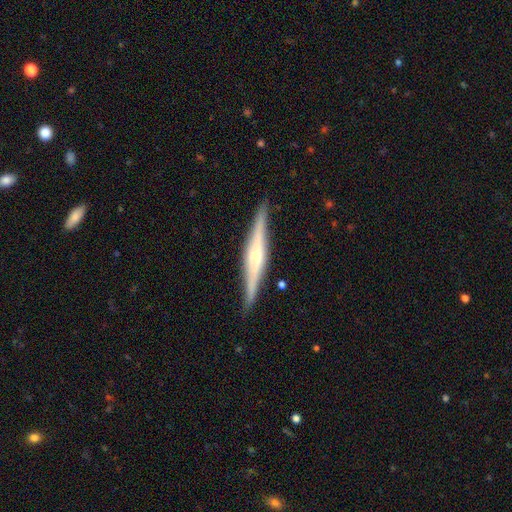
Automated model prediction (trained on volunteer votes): Smooth or featured?
  - featured or disk: 74% *
  - smooth: 20%
  - star or artifact: 5%
Edge-on disk?
  - yes: 98% *
  - no: 2%
Edge-on bulge?
  - rounded: 65% *
  - boxy: 23%
  - none: 12%
Merging?
  - none: 89% *
  - minor disturbance: 8%
  - major disturbance: 2%
  - merger: 1%